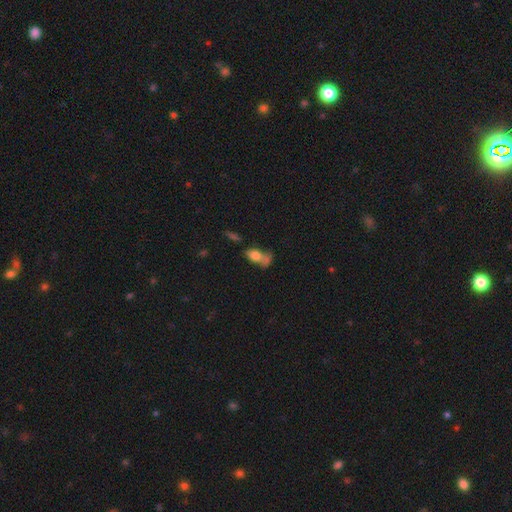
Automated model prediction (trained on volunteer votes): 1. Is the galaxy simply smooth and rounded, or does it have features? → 71% smooth, 17% featured or disk, 13% star or artifact.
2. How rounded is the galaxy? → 78% in between, 13% round, 9% cigar-shaped.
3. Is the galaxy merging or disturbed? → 37% merger, 27% none, 19% major disturbance, 17% minor disturbance.